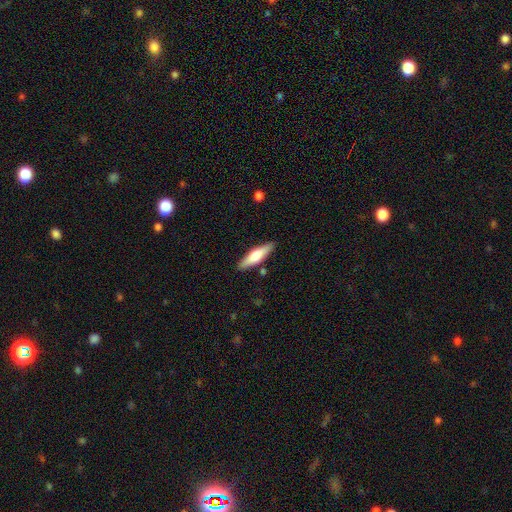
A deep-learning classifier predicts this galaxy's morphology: A smooth galaxy with no disk features (57%) that is cigar-shaped (66%).

Vote fractions:
- Smooth or featured? smooth: 57% / featured or disk: 37% / star or artifact: 6%
- How rounded? cigar-shaped: 66% / in between: 32% / round: 2%
- Merging? none: 86% / minor disturbance: 9% / merger: 3% / major disturbance: 2%